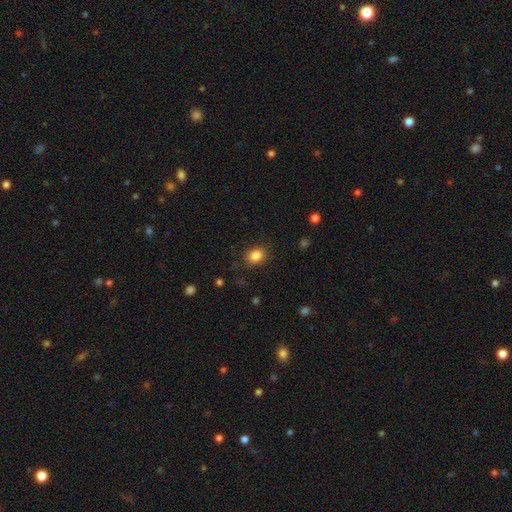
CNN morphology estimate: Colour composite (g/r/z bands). It shows a smooth galaxy with no disk features (85%) that is round (52%). Merging: none (86%).